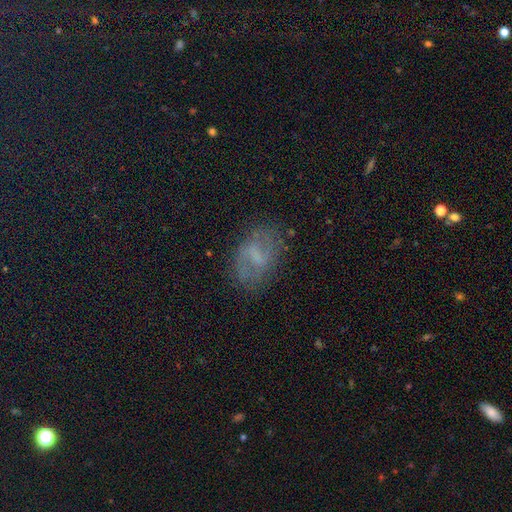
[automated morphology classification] type=featured or disk (57%); edge-on=no (95%); bar=weak (48%); spiral arms=yes (68%); bulge=none (51%); merging=none (71%).